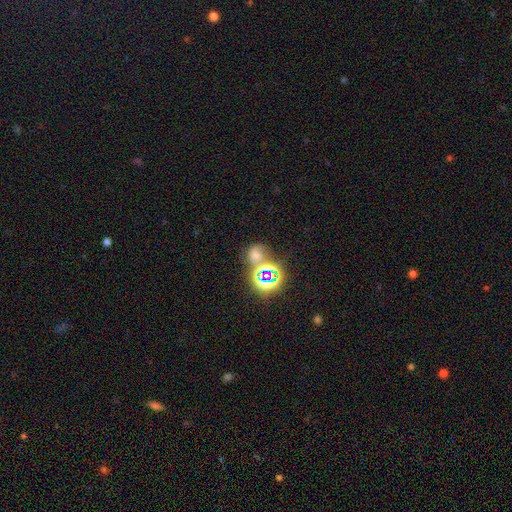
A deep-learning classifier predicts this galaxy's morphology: The model was most divided on "smooth or featured": star or artifact: 53%, smooth: 33%, featured or disk: 13%.